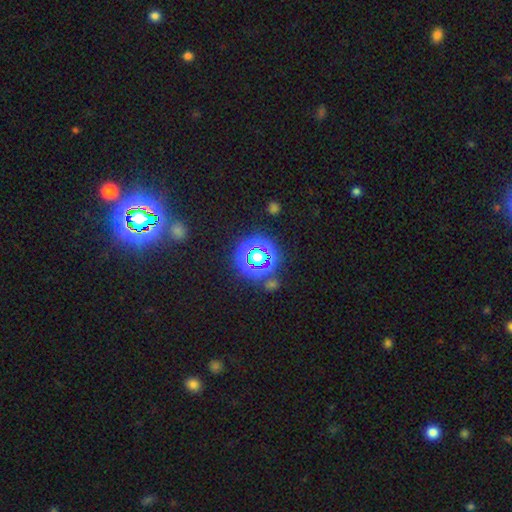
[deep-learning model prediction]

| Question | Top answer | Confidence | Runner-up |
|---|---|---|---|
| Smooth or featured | star or artifact | 66% | smooth (24%) |